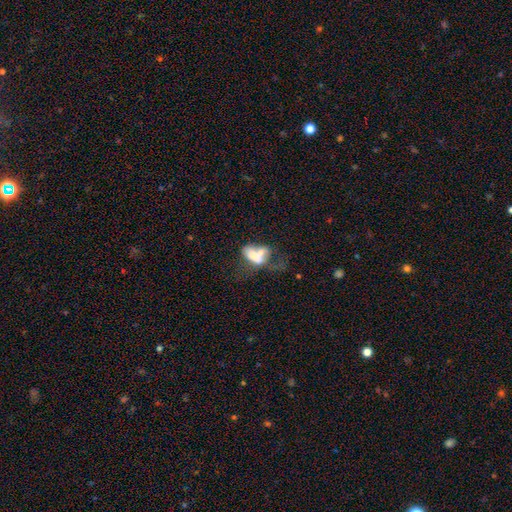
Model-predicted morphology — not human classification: smooth_or_featured: smooth (p=0.53) [alt: featured or disk p=0.36]
how_rounded: in between (p=0.85) [alt: round p=0.11]
merging: merger (p=0.50) [alt: major disturbance p=0.26]